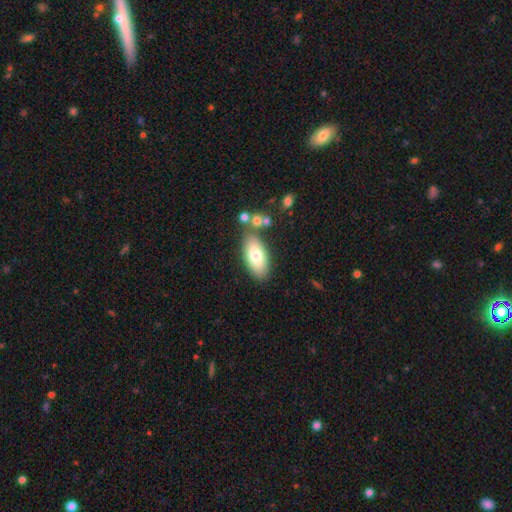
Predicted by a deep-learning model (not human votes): smooth_or_featured: smooth (p=0.77) [alt: featured or disk p=0.16]
how_rounded: in between (p=0.89) [alt: cigar-shaped p=0.09]
merging: none (p=0.77) [alt: minor disturbance p=0.12]